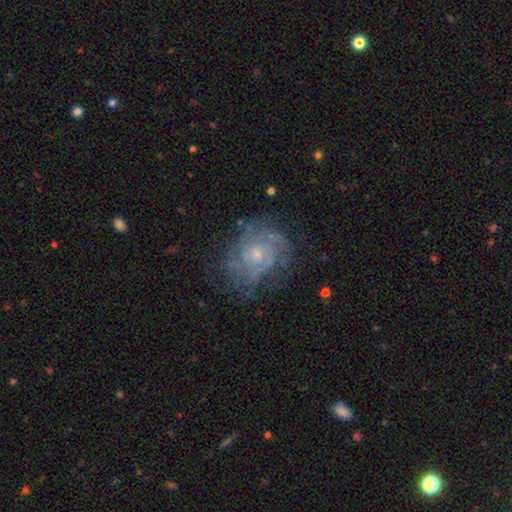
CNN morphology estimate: A featured or disk galaxy (82%) with no bar (74%), tight (63%) spiral arms (93%) and a small central bulge (60%). Merging: none (70%).